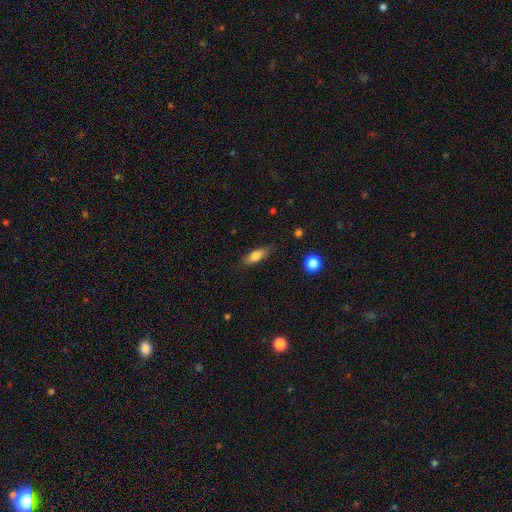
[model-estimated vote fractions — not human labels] smooth-or-featured: smooth: 76% | featured or disk: 16% | star or artifact: 8%
  how-rounded: in between: 67% | cigar-shaped: 30% | round: 3%
  merging: none: 84% | minor disturbance: 12% | major disturbance: 3% | merger: 1%